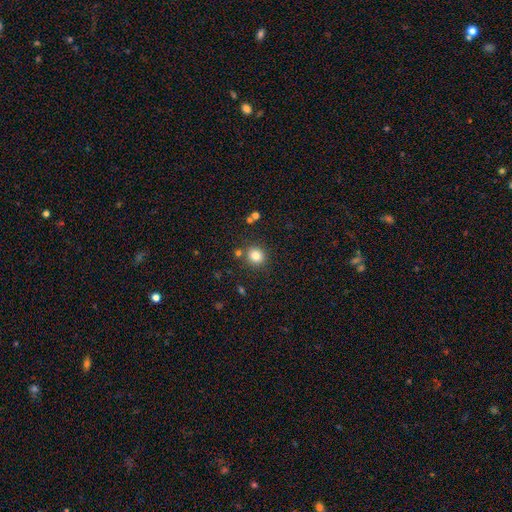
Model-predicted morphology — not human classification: A smooth galaxy with no disk features (82%) that is round (85%). Merging: none (83%).